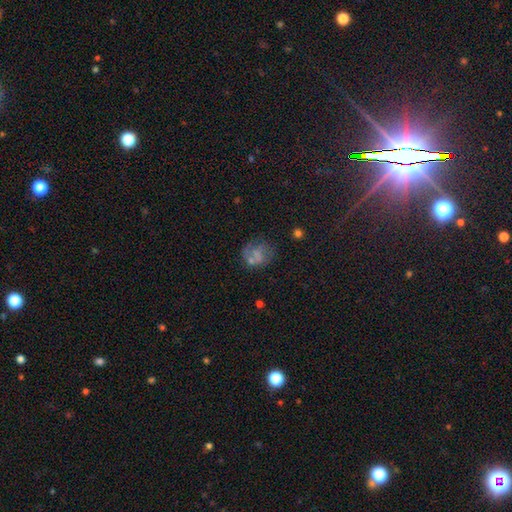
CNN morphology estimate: Smooth or featured? Predicted: smooth (p=0.49). Merging? Predicted: none (p=0.45).